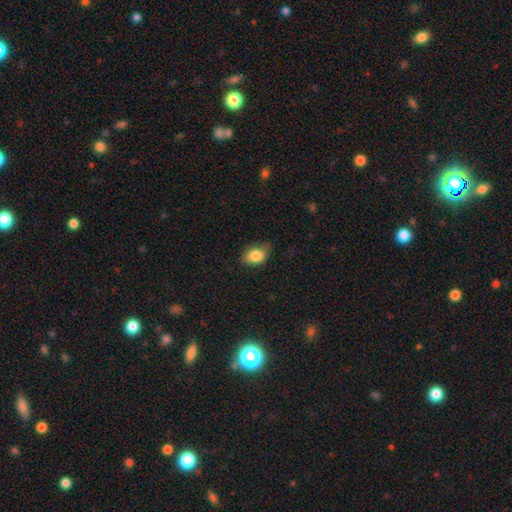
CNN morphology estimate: smooth_or_featured: smooth (p=0.84) [alt: star or artifact p=0.08]
how_rounded: in between (p=0.83) [alt: round p=0.16]
merging: none (p=0.67) [alt: minor disturbance p=0.26]